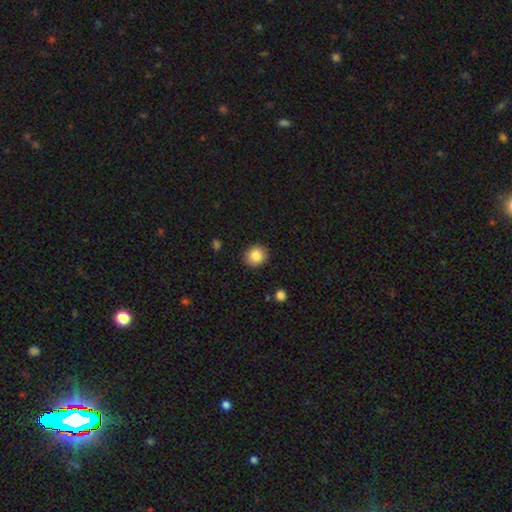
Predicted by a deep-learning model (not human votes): Morphology: type=smooth (85%); roundness=round (82%); merging=none (90%).